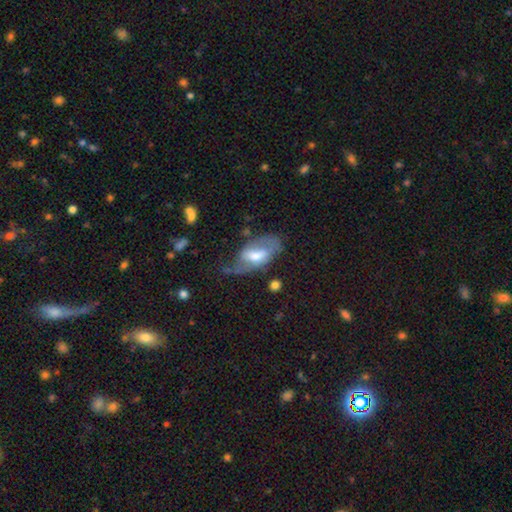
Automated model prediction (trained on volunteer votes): Smooth or featured: featured or disk — 55% (smooth — 38%)
Edge-on disk: no — 89% (yes — 11%)
Merging: none — 41% (minor disturbance — 30%)